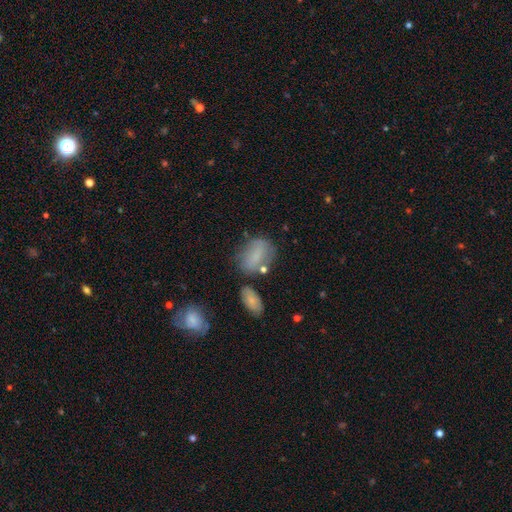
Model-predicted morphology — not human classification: Overall: smooth (69%). How rounded: in between (80%). Merging: none (54%; minor disturbance 24%).